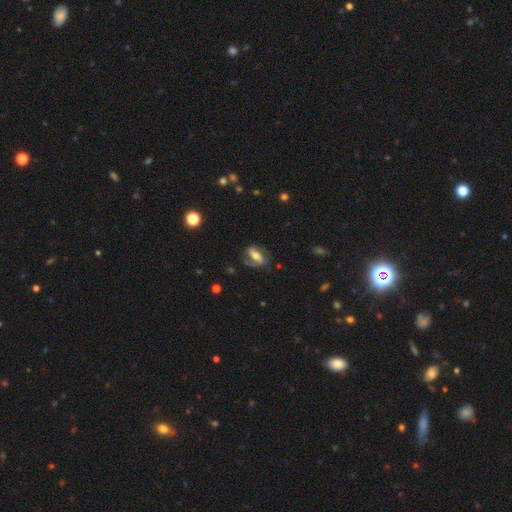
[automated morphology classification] A featured or disk galaxy (70%) with a strong bar (49%), 2 (79%) medium (44%) spiral arms (85%) and a moderate central bulge (61%).

Vote fractions:
- Smooth or featured? featured or disk: 70% / smooth: 23% / star or artifact: 7%
- Edge-on disk? no: 92% / yes: 8%
- Bar? strong: 49% / weak: 30% / no: 21%
- Spiral arms? yes: 85% / no: 15%
- Spiral winding? medium: 44% / tight: 28% / loose: 28%
- Spiral arm count? 2: 79% / 1: 11% / can't tell: 7% / 3: 1% / 4: 1% / more than 4: 1%
- Bulge size? moderate: 61% / small: 25% / large: 10% / none: 2% / dominant: 2%
- Merging? none: 68% / minor disturbance: 18% / major disturbance: 12% / merger: 2%